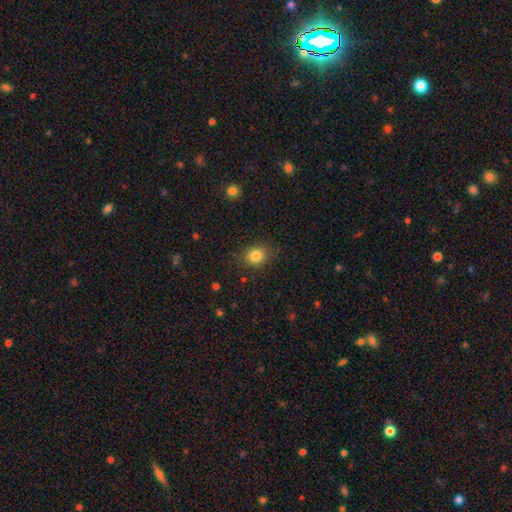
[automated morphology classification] Smooth or featured: smooth — 83% (star or artifact — 11%)
How rounded: round — 63% (in between — 36%)
Merging: none — 84% (minor disturbance — 11%)